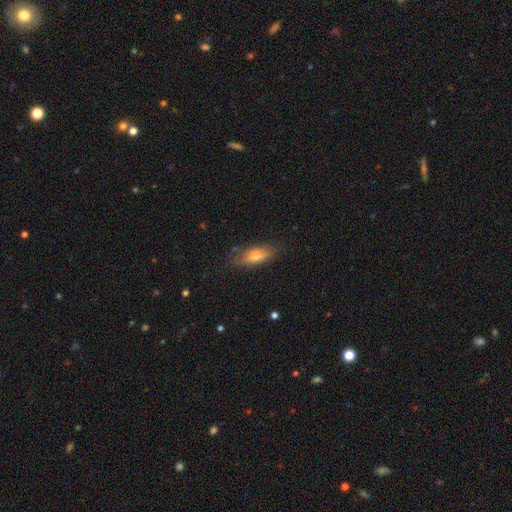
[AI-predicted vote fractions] Smooth or featured? Predicted: smooth (p=0.71). How rounded? Predicted: in between (p=0.73). Merging? Predicted: none (p=0.73).